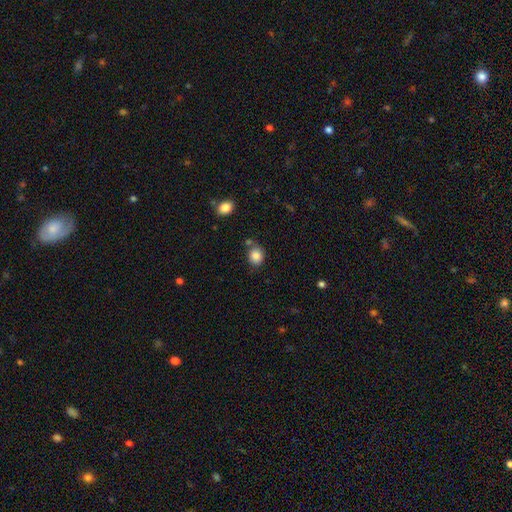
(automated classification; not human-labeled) Smooth or featured? smooth (85%)
How rounded? round (65%)
Merging? none (71%)